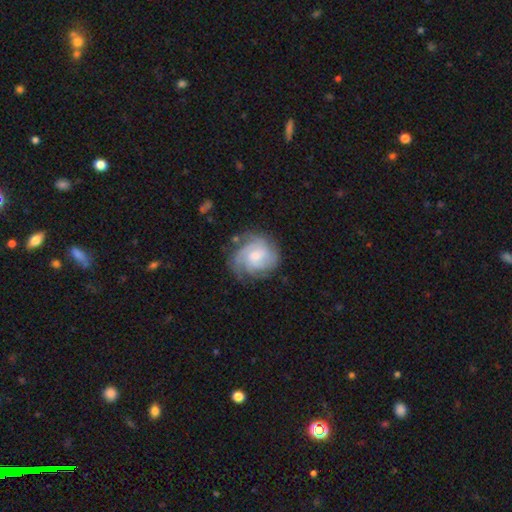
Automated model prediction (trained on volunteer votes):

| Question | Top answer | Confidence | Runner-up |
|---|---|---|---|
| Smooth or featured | featured or disk | 78% | smooth (15%) |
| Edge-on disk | no | 98% | yes (2%) |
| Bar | no | 61% | weak (35%) |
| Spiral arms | yes | 96% | no (4%) |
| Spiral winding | tight | 59% | medium (33%) |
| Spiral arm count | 3 | 26% | tied: can't tell (26%), 4 (26%) |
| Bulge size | small | 48% | moderate (40%) |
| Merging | none | 73% | minor disturbance (17%) |